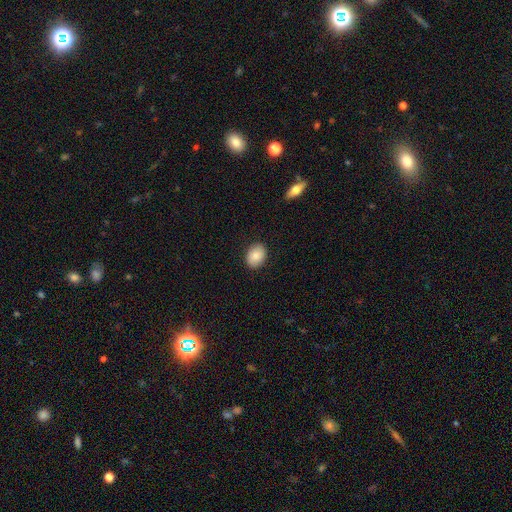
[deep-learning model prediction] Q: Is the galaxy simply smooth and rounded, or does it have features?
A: smooth — 83%.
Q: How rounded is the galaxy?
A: in between — 64%.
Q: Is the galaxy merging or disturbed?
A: none — 89%.